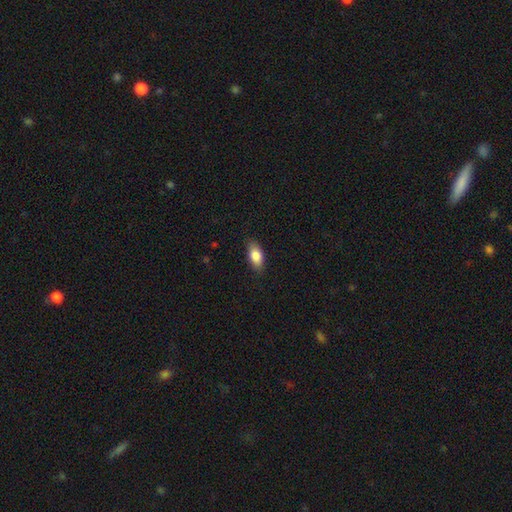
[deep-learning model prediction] Q: Smooth or featured?
A: smooth (85%); runner-up: featured or disk (9%)
Q: How rounded?
A: in between (89%); runner-up: cigar-shaped (7%)
Q: Merging?
A: none (84%); runner-up: minor disturbance (12%)